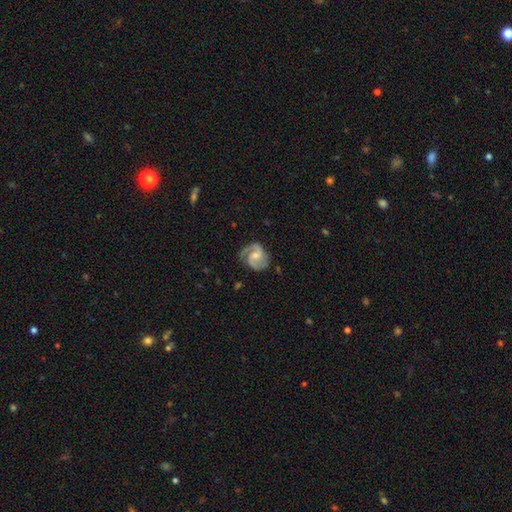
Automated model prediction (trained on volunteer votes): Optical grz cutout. It shows a featured or disk galaxy (88%) with no bar (47%), 2 (90%) medium (55%) spiral arms (98%) and a moderate central bulge (50%). Merging: none (76%).